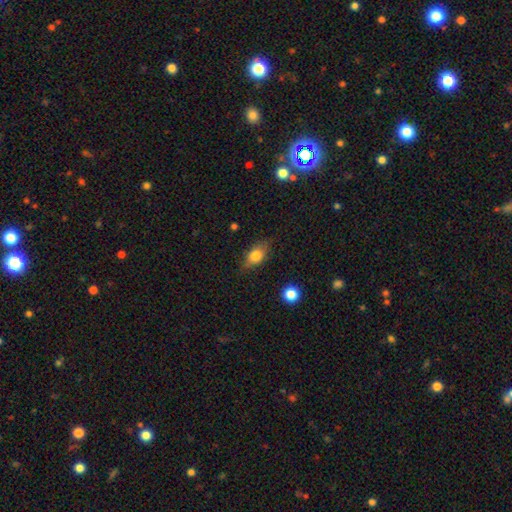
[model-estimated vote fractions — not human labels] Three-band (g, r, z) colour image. It shows a smooth galaxy with no disk features (75%) that is in between round and cigar-shaped (80%). Merging: none (76%).